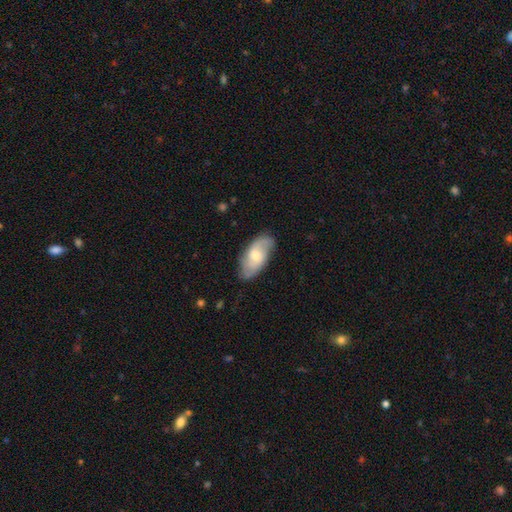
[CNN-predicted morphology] type=featured or disk (51%); edge-on=no (91%); merging=none (75%).